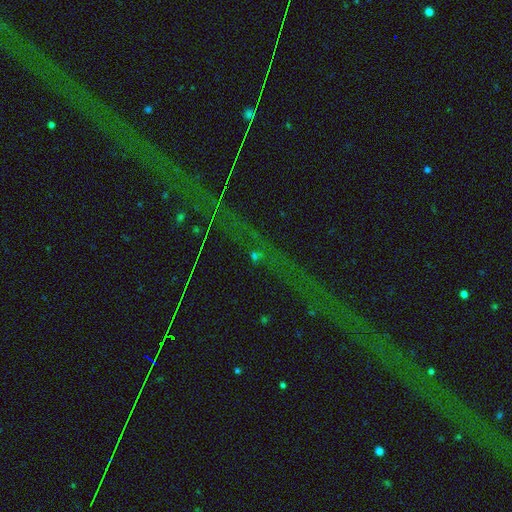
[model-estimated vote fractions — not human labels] The model was most divided on "smooth or featured": star or artifact: 71%, smooth: 16%, featured or disk: 13%.